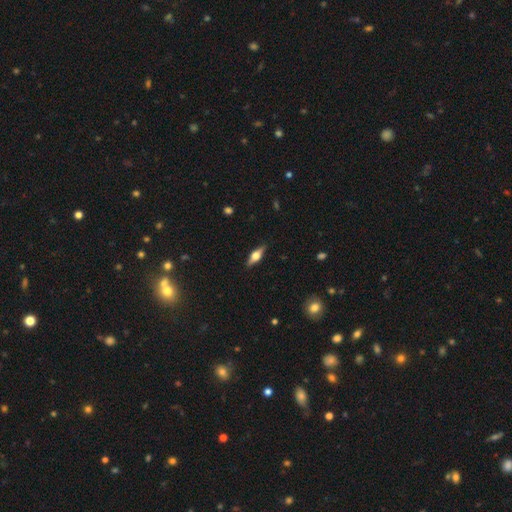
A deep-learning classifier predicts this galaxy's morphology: A featured or disk galaxy (62%) viewed edge-on (95%) with a rounded central bulge (92%).

Vote fractions:
- Smooth or featured? featured or disk: 62% / smooth: 31% / star or artifact: 7%
- Edge-on disk? yes: 95% / no: 5%
- Edge-on bulge? rounded: 92% / boxy: 6% / none: 1%
- Merging? none: 88% / minor disturbance: 9% / major disturbance: 2% / merger: 1%